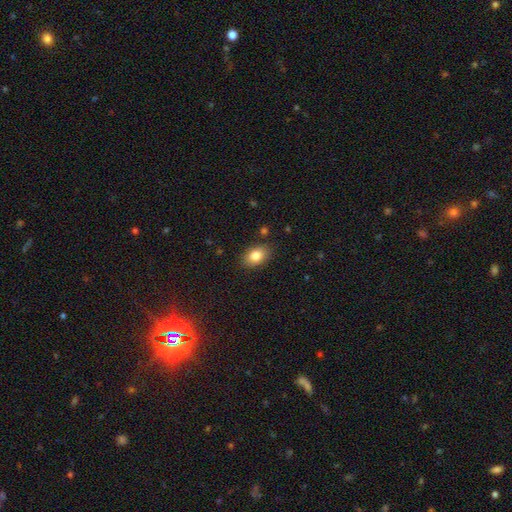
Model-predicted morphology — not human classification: Smooth or featured? smooth (84%)
How rounded? in between (85%)
Merging? none (86%)